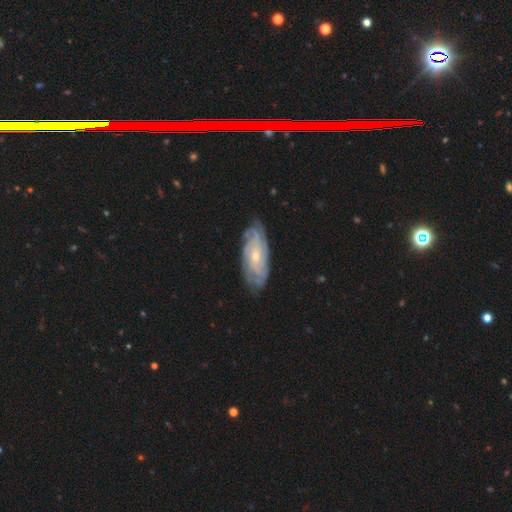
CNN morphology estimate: Q: Smooth or featured?
A: featured or disk (83%); runner-up: smooth (12%)
Q: Edge-on disk?
A: no (91%); runner-up: yes (9%)
Q: Bar?
A: no (70%); runner-up: weak (24%)
Q: Spiral arms?
A: yes (95%); runner-up: no (5%)
Q: Spiral winding?
A: tight (71%); runner-up: medium (23%)
Q: Spiral arm count?
A: can't tell (41%); runner-up: 4 (20%)
Q: Bulge size?
A: small (62%); runner-up: moderate (34%)
Q: Merging?
A: none (78%); runner-up: minor disturbance (16%)